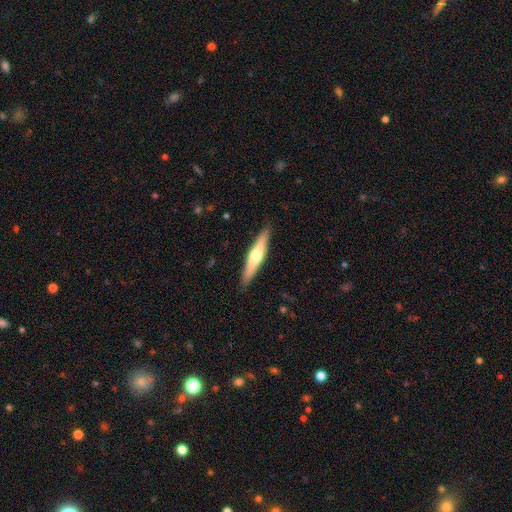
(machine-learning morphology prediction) This is possibly a featured or disk galaxy (48%). Merging: clearly none (90%).